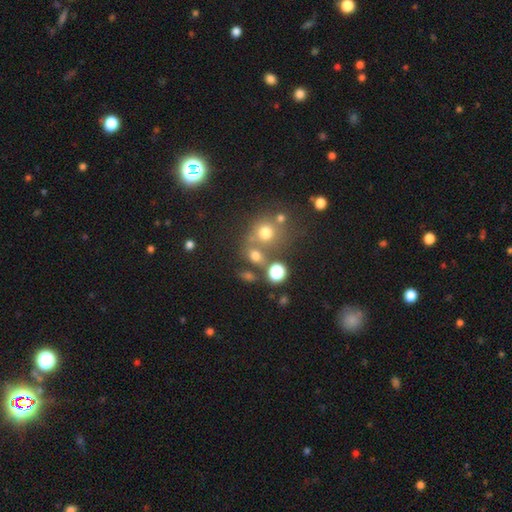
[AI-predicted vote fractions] Smooth or featured? Predicted: smooth (p=0.66). How rounded? Predicted: round (p=0.51). Merging? Predicted: none (p=0.55).